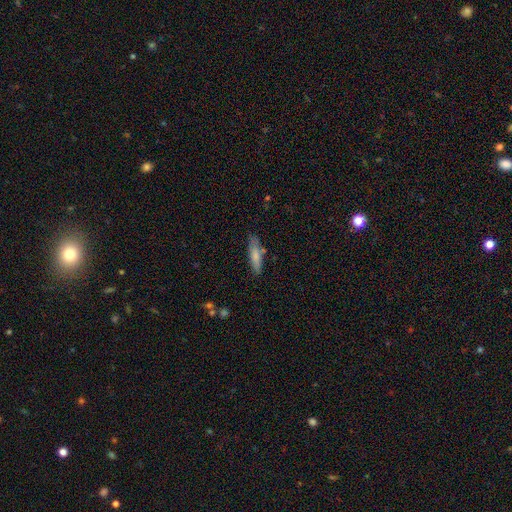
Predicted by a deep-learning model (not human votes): Smooth or featured?
  - smooth: 76% *
  - featured or disk: 18%
  - star or artifact: 6%
How rounded?
  - cigar-shaped: 70% *
  - in between: 28%
  - round: 2%
Merging?
  - none: 73% *
  - minor disturbance: 17%
  - merger: 5%
  - major disturbance: 4%